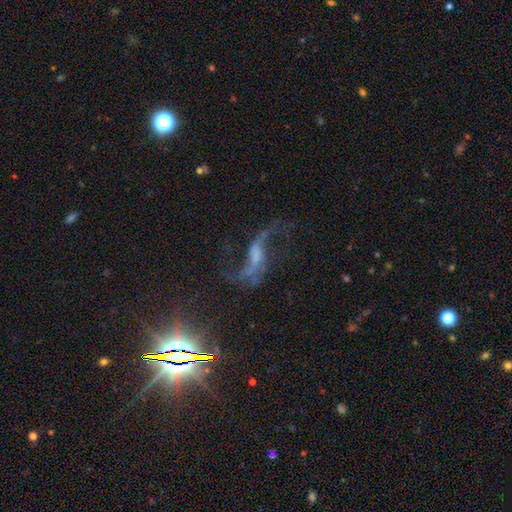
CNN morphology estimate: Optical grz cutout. It shows a featured or disk galaxy (73%) with a weak bar (37%), 2 (89%) loose (91%) spiral arms (91%) and no central bulge (43%). Merging: none (59%).